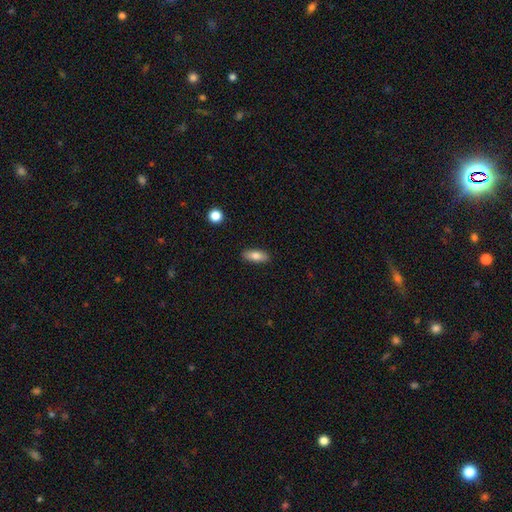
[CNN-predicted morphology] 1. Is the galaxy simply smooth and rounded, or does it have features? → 80% smooth, 13% featured or disk, 7% star or artifact.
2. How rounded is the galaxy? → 80% in between, 17% cigar-shaped, 3% round.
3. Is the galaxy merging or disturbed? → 89% none, 8% minor disturbance, 2% major disturbance, 1% merger.